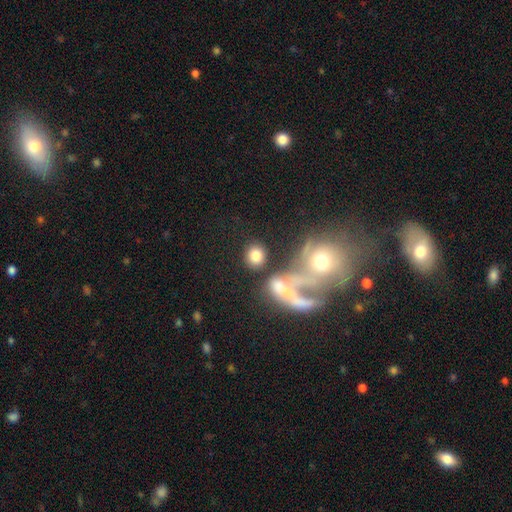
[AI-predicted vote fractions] Smooth or featured?
  - smooth: 80% *
  - featured or disk: 11%
  - star or artifact: 8%
How rounded?
  - round: 76% *
  - in between: 22%
  - cigar-shaped: 2%
Merging?
  - none: 66% *
  - merger: 16%
  - minor disturbance: 10%
  - major disturbance: 7%